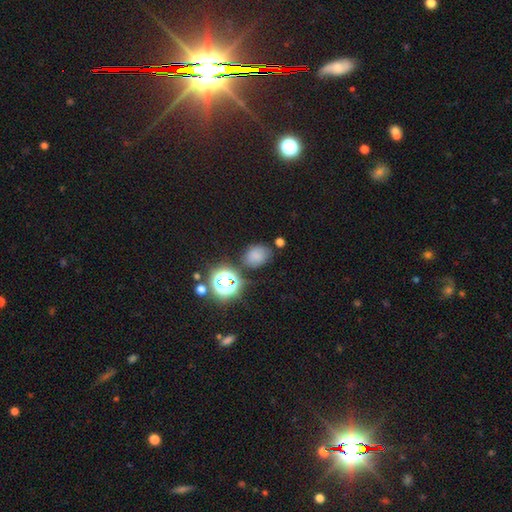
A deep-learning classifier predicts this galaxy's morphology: A smooth galaxy with no disk features (68%) that is in between round and cigar-shaped (59%). Merging: none (72%).